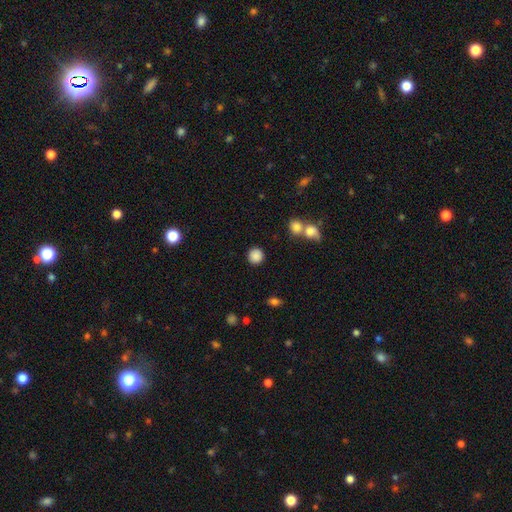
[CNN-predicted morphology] A smooth galaxy with no disk features (86%) that is round (92%). Merging: none (86%).